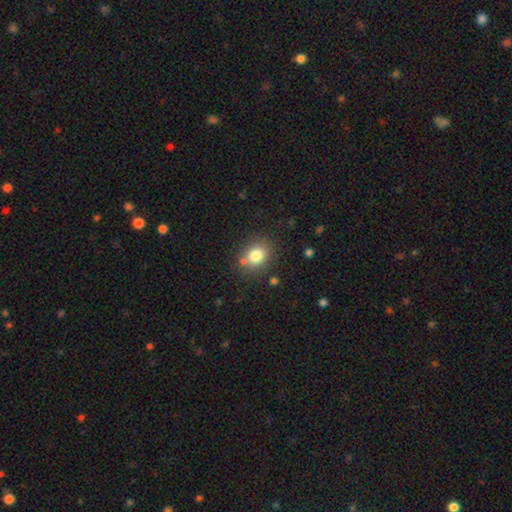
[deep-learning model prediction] smooth 81%, star or artifact 11%, featured or disk 9%. Down the decision tree: how rounded — round (59%); merging — none (77%).